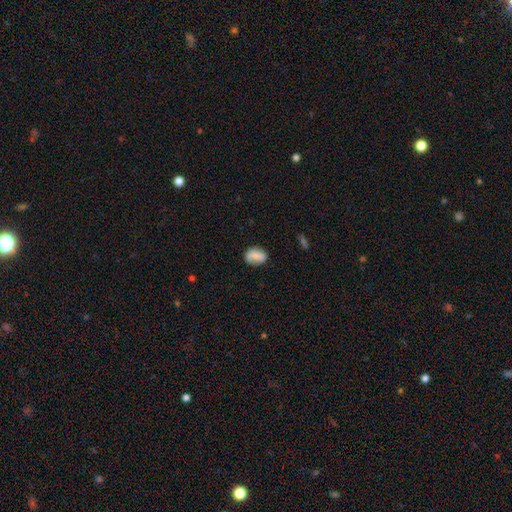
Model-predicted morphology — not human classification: Smooth or featured? Predicted: smooth (p=0.72). How rounded? Predicted: in between (p=0.65). Merging? Predicted: none (p=0.73).